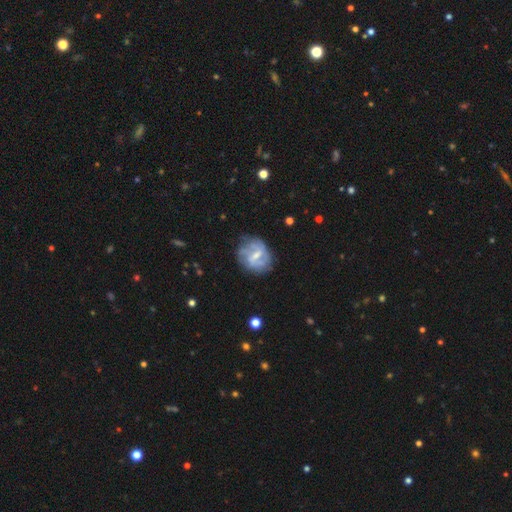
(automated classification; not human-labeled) Smooth or featured? Predicted: featured or disk (p=0.70). Edge-on disk? Predicted: no (p=0.97). Bar? Predicted: weak (p=0.56). Spiral arms? Predicted: yes (p=0.72). Bulge size? Predicted: small (p=0.47). Merging? Predicted: none (p=0.62).